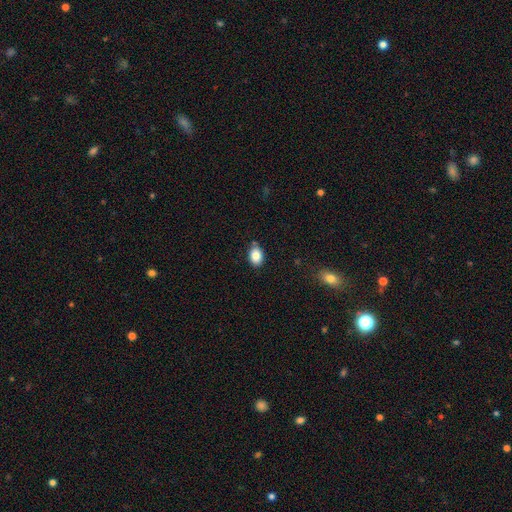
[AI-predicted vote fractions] This is clearly a smooth galaxy (84%). How rounded: clearly in between (81%). Merging: clearly none (81%).